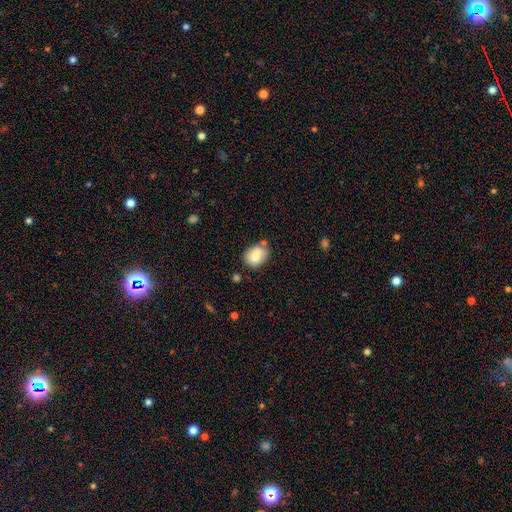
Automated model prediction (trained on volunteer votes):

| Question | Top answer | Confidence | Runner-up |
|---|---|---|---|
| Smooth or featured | smooth | 83% | featured or disk (9%) |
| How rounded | in between | 60% | round (39%) |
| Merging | none | 72% | minor disturbance (18%) |